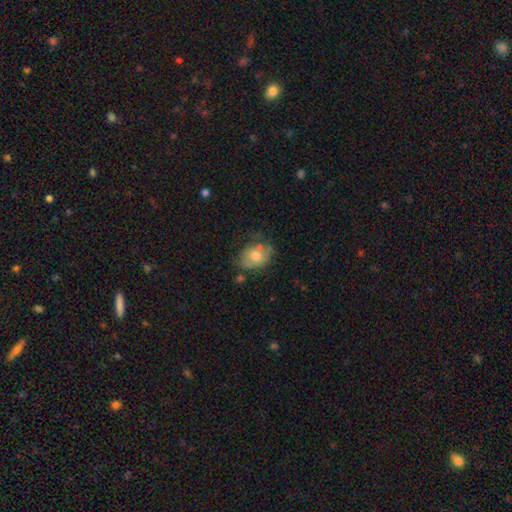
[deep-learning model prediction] smooth_or_featured: smooth (p=0.54) [alt: featured or disk p=0.38]
how_rounded: in between (p=0.65) [alt: round p=0.33]
merging: none (p=0.55) [alt: minor disturbance p=0.28]